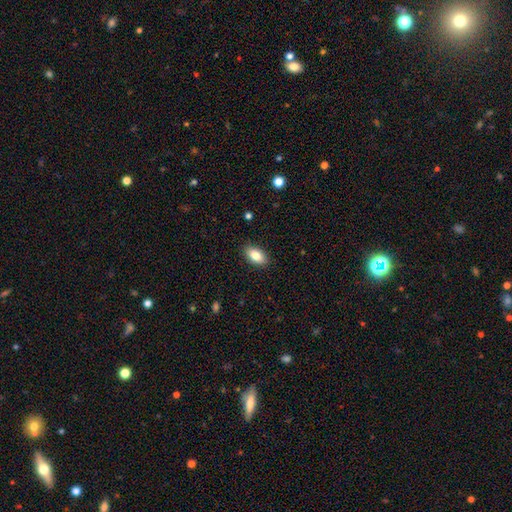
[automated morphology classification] smooth-or-featured: smooth: 84% | featured or disk: 9% | star or artifact: 7%
  how-rounded: in between: 92% | round: 5% | cigar-shaped: 4%
  merging: none: 88% | minor disturbance: 9% | major disturbance: 2% | merger: 1%